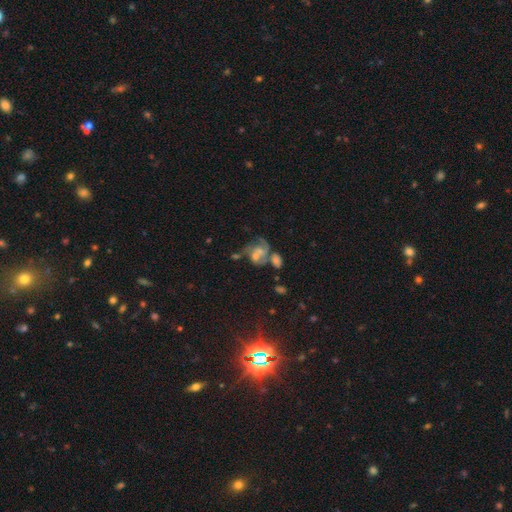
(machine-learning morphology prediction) smooth_or_featured: featured or disk (p=0.58) [alt: star or artifact p=0.28]
disk_edge_on: no (p=0.96) [alt: yes p=0.04]
bar: no (p=0.58) [alt: weak p=0.31]
has_spiral_arms: yes (p=0.81) [alt: no p=0.19]
bulge_size: small (p=0.43) [alt: moderate p=0.39]
merging: merger (p=0.37) [alt: none p=0.35]